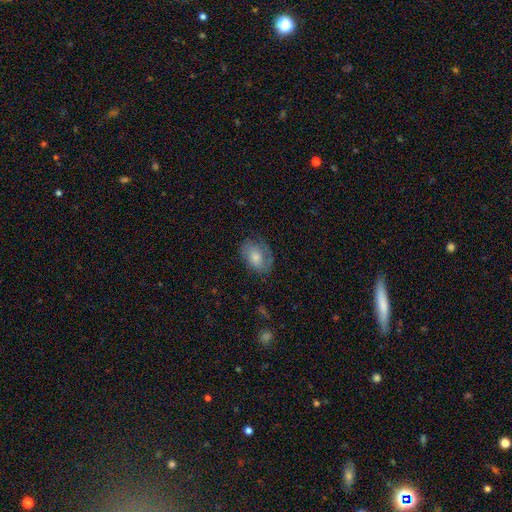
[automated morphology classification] This appears to be a smooth galaxy with no disk features (47%). Merging: none (72%).